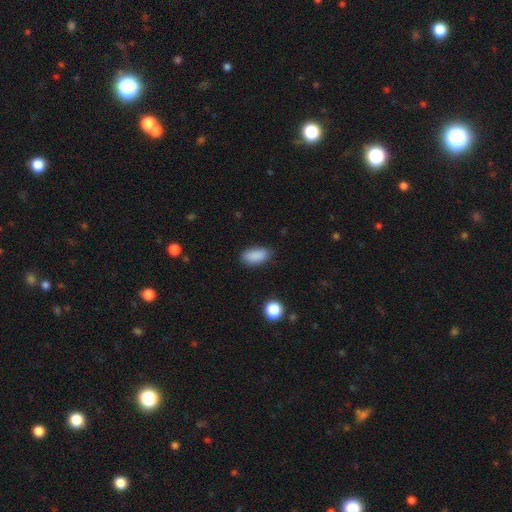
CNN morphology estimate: Smooth or featured? smooth (88%)
How rounded? in between (91%)
Merging? none (81%)